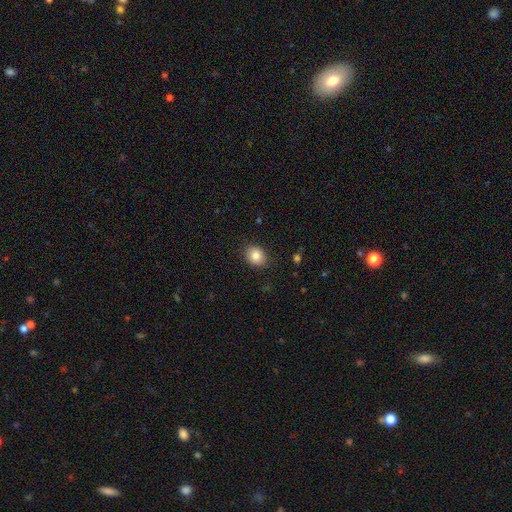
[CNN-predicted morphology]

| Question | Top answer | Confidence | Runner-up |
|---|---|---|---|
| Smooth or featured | smooth | 84% | star or artifact (9%) |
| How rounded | round | 56% | in between (44%) |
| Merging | none | 87% | minor disturbance (10%) |